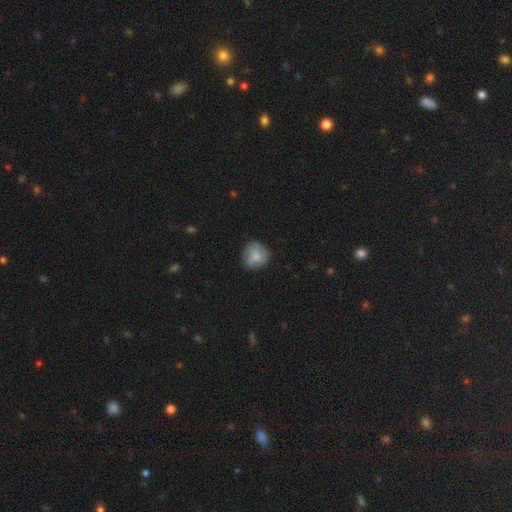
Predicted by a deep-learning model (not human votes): Smooth or featured? Predicted: smooth (p=0.71). How rounded? Predicted: round (p=0.84). Merging? Predicted: none (p=0.70).